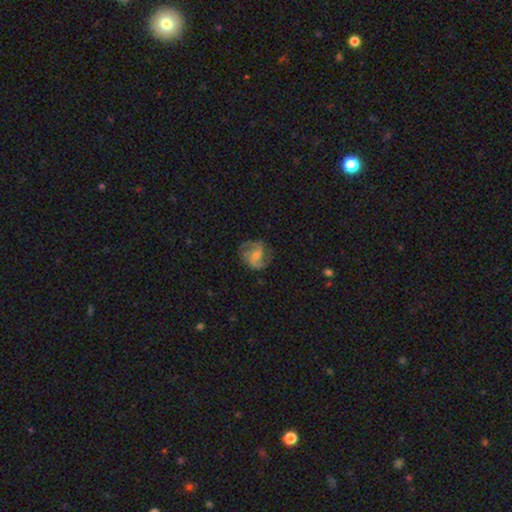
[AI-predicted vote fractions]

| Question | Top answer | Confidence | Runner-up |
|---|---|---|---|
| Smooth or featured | featured or disk | 79% | smooth (14%) |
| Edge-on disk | no | 98% | yes (2%) |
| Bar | no | 57% | weak (35%) |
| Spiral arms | yes | 94% | no (6%) |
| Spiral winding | medium | 52% | tight (29%) |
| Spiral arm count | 2 | 50% | 3 (27%) |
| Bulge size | small | 48% | moderate (44%) |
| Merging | none | 72% | minor disturbance (18%) |